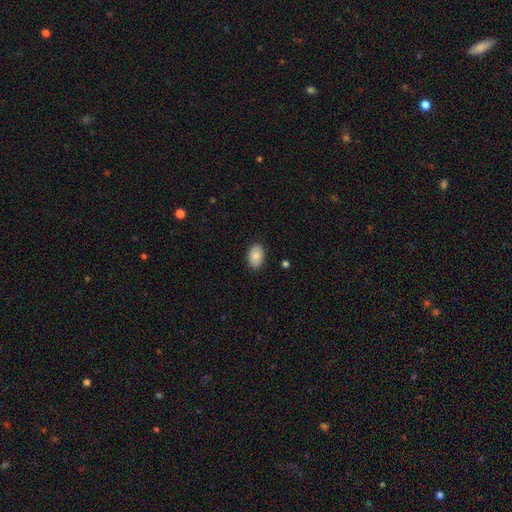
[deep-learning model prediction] smooth_or_featured: smooth (p=0.86) [alt: star or artifact p=0.07]
how_rounded: in between (p=0.88) [alt: round p=0.11]
merging: none (p=0.87) [alt: minor disturbance p=0.10]